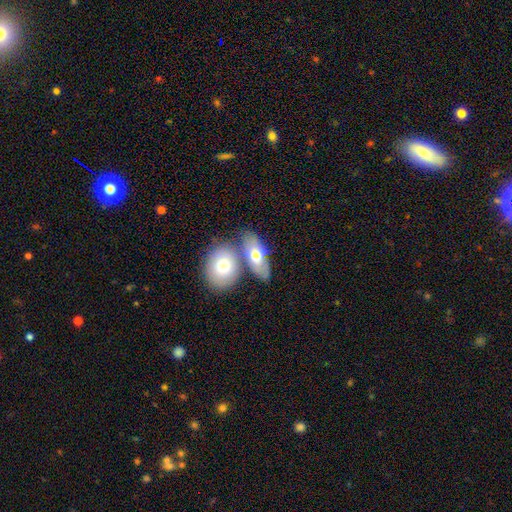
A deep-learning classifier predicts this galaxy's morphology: type=smooth (63%); roundness=in between (83%); merging=none (49%).